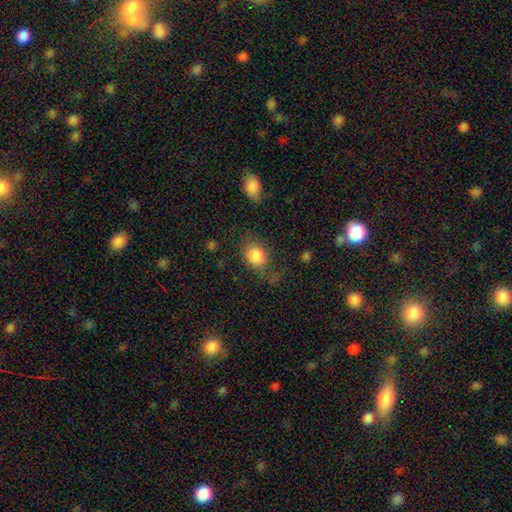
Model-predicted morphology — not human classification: Smooth or featured? Predicted: smooth (p=0.85). How rounded? Predicted: round (p=0.56). Merging? Predicted: none (p=0.60).